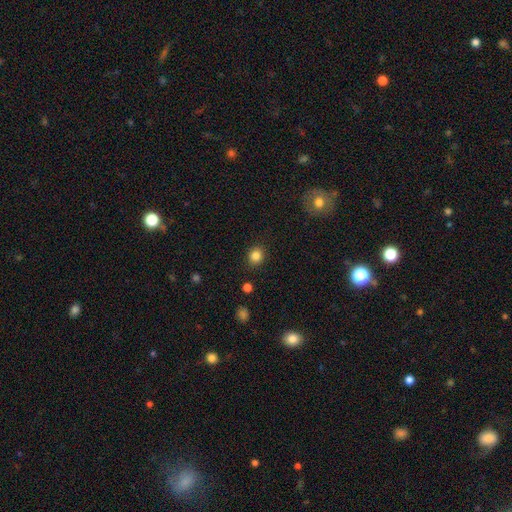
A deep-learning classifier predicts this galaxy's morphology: This appears to be a smooth galaxy with no disk features (84%) that is round (76%). Merging: none (89%).